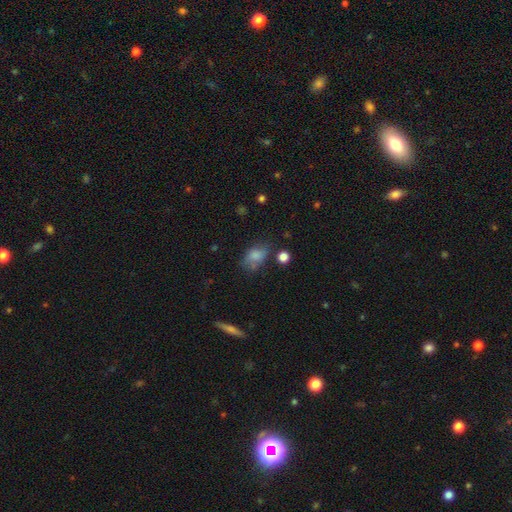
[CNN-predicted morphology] The model was most divided on "merging": none: 47%, minor disturbance: 30%, major disturbance: 15%, merger: 7%. More confident: how rounded — in between (80%); smooth or featured — smooth (76%).